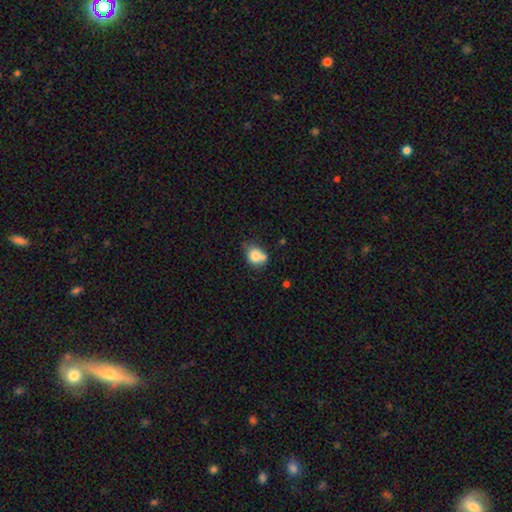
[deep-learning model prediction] smooth_or_featured: smooth (p=0.77) [alt: featured or disk p=0.13]
how_rounded: round (p=0.62) [alt: in between p=0.37]
merging: none (p=0.46) [alt: merger p=0.31]